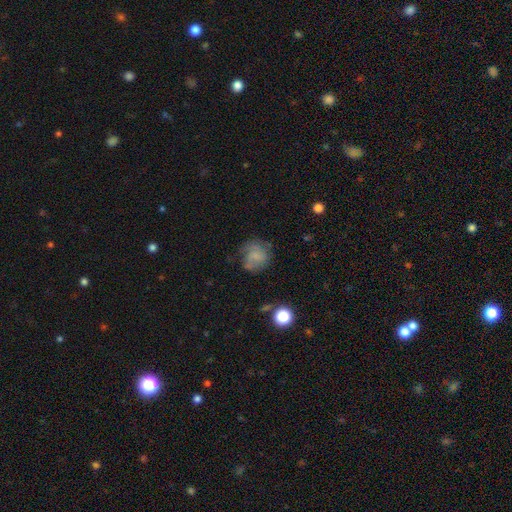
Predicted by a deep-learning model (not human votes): The model was most divided on "smooth or featured": smooth: 54%, featured or disk: 34%, star or artifact: 11%. More confident: how rounded — round (74%); merging — none (54%).